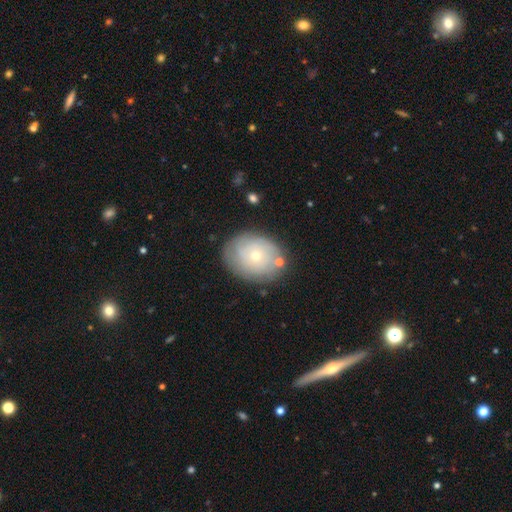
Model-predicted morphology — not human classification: Smooth or featured: smooth — 53% (featured or disk — 39%)
How rounded: in between — 52% (round — 47%)
Merging: none — 76% (minor disturbance — 16%)